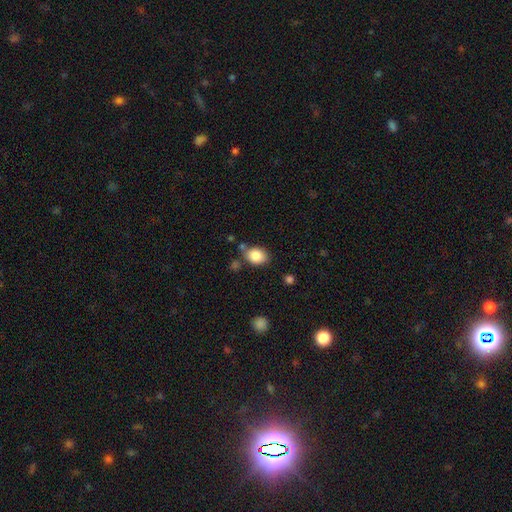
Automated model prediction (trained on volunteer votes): Smooth or featured?
  - smooth: 86% *
  - star or artifact: 8%
  - featured or disk: 6%
How rounded?
  - in between: 67% *
  - round: 32%
  - cigar-shaped: 1%
Merging?
  - none: 67% *
  - minor disturbance: 19%
  - merger: 9%
  - major disturbance: 5%